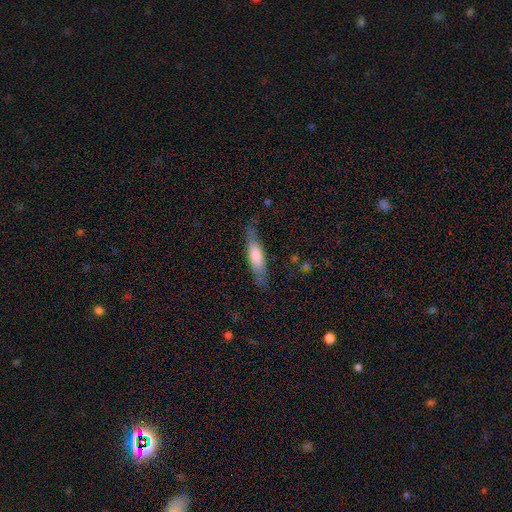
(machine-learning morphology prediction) Overall: smooth (61%; featured or disk 33%). How rounded: cigar-shaped (68%; in between 31%). Merging: none (72%).